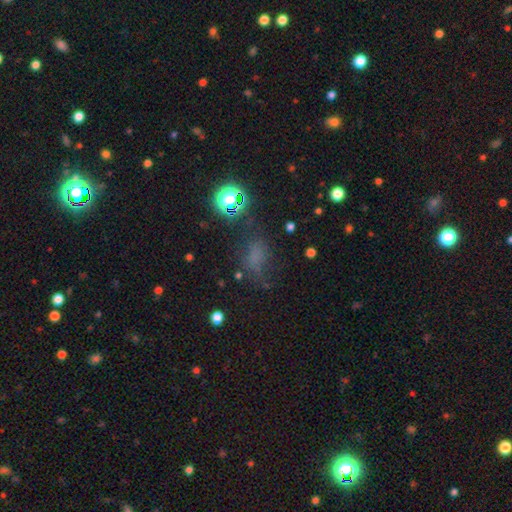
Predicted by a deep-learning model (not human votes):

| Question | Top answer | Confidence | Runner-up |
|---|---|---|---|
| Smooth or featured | smooth | 57% | star or artifact (31%) |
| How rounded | in between | 67% | round (28%) |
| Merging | none | 57% | minor disturbance (23%) |